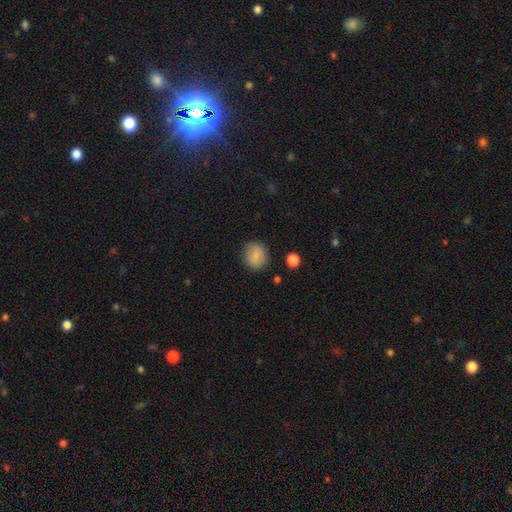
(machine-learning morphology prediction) smooth 84%, star or artifact 8%, featured or disk 8%. Down the decision tree: how rounded — round (71%); merging — none (85%).